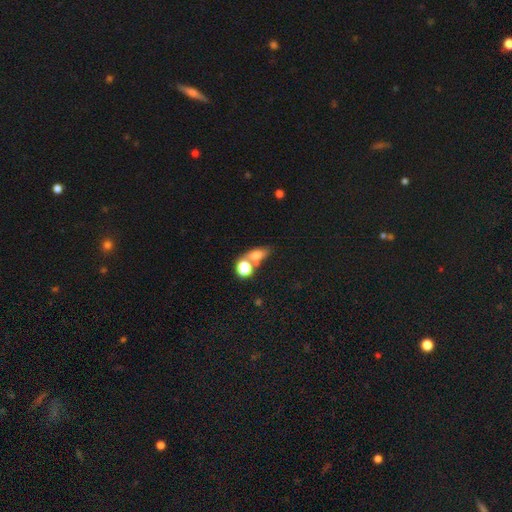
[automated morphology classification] Smooth or featured?
  - smooth: 66% *
  - star or artifact: 17%
  - featured or disk: 17%
How rounded?
  - in between: 64% *
  - round: 27%
  - cigar-shaped: 9%
Merging?
  - none: 45% *
  - merger: 36%
  - minor disturbance: 12%
  - major disturbance: 7%